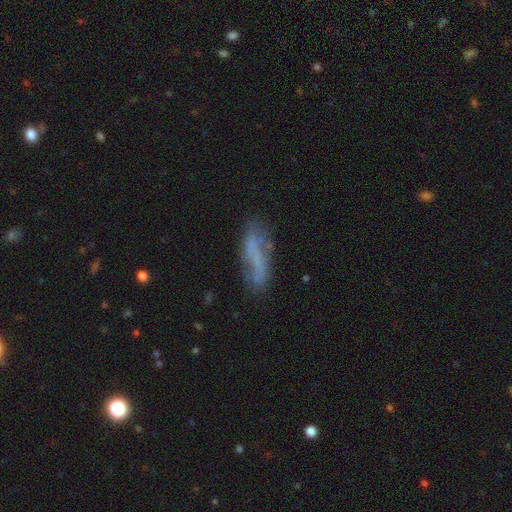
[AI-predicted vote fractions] Smooth or featured? smooth (47%)
Merging? none (62%)